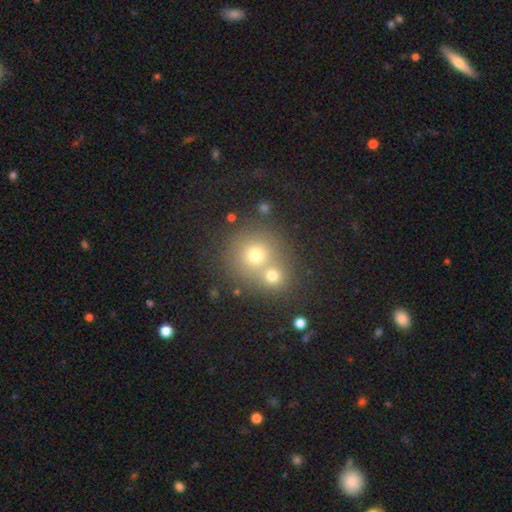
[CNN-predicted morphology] smooth 63%, star or artifact 20%, featured or disk 17%. Down the decision tree: how rounded — round (87%); merging — merger (51%).